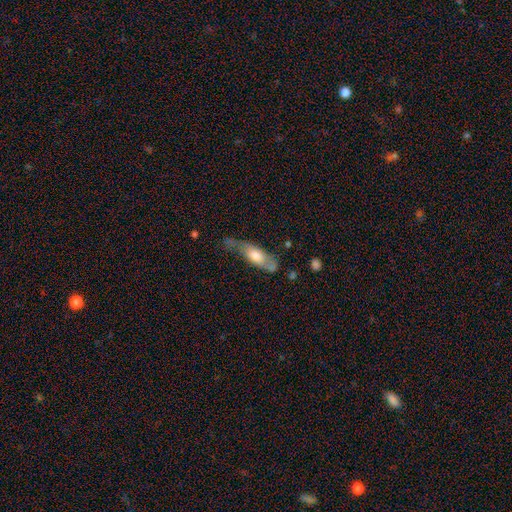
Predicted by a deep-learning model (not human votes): The model was most divided on "smooth or featured": featured or disk: 49%, smooth: 45%, star or artifact: 6%. Remaining: merging — none (44%).